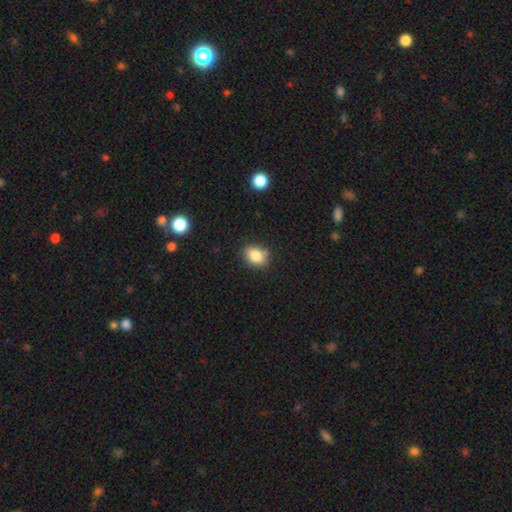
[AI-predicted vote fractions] Smooth or featured?
  - smooth: 83% *
  - star or artifact: 10%
  - featured or disk: 7%
How rounded?
  - in between: 66% *
  - round: 33%
  - cigar-shaped: 1%
Merging?
  - none: 78% *
  - minor disturbance: 16%
  - merger: 4%
  - major disturbance: 3%